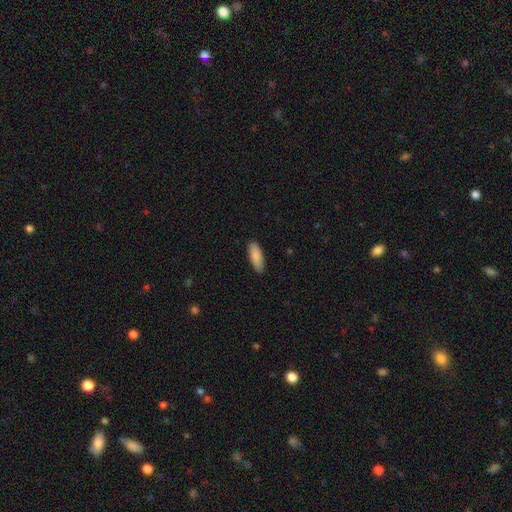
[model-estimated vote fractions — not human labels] A smooth galaxy with no disk features (89%) that is in between round and cigar-shaped (68%).

Vote fractions:
- Smooth or featured? smooth: 89% / star or artifact: 6% / featured or disk: 5%
- How rounded? in between: 68% / cigar-shaped: 31% / round: 2%
- Merging? none: 87% / minor disturbance: 11% / major disturbance: 2% / merger: 1%